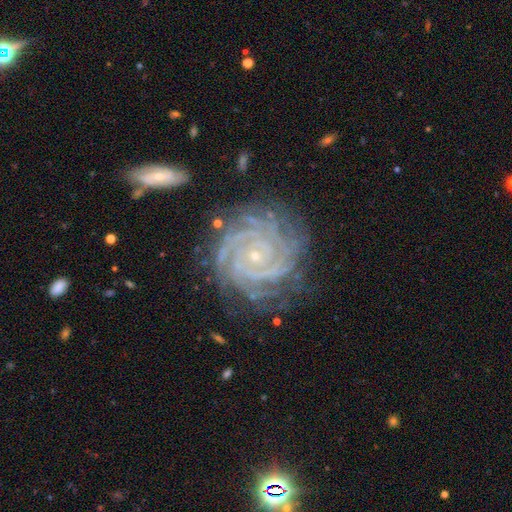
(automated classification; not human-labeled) This appears to be a featured or disk galaxy (91%) with no bar (75%), 4 (29%) tight (86%) spiral arms (99%) and a small central bulge (87%). Merging: none (74%).